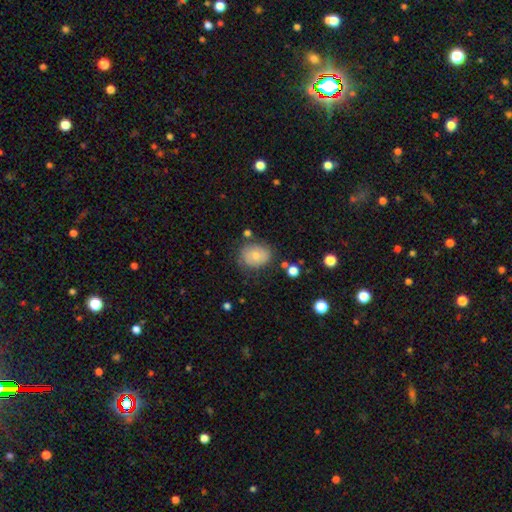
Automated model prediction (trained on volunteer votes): This appears to be a smooth galaxy with no disk features (63%) that is round (53%). Merging: none (67%).